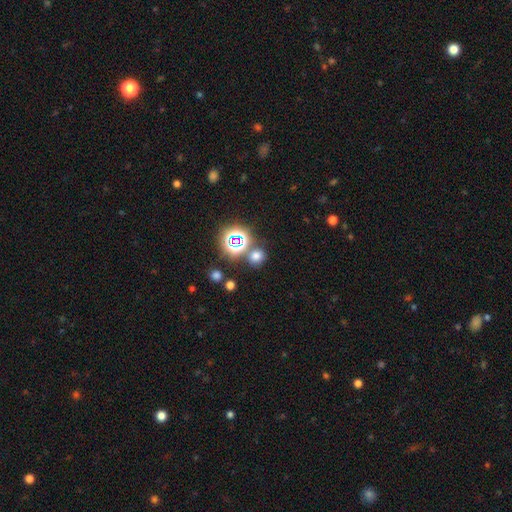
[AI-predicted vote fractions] This appears to be a smooth galaxy with no disk features (62%) that is round (73%). Merging: none (75%).